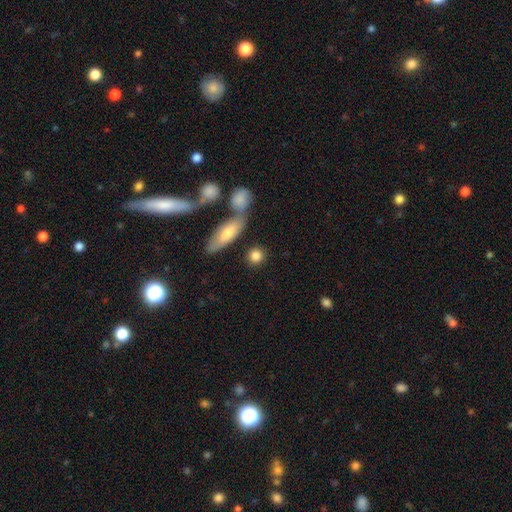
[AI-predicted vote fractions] This is clearly a smooth galaxy (83%). How rounded: likely round (75%). Merging: likely none (74%).